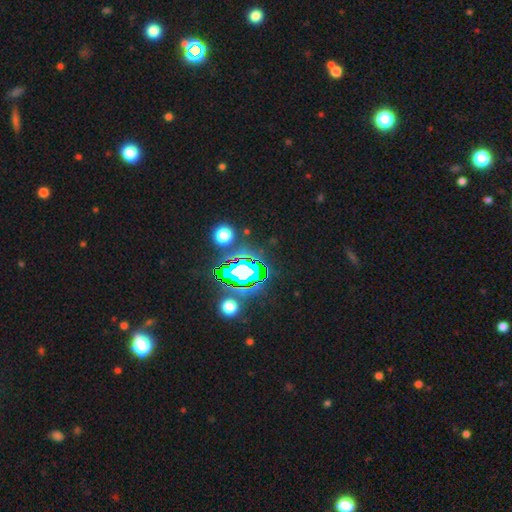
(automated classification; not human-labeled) The model was most divided on "smooth or featured": star or artifact: 81%, smooth: 12%, featured or disk: 7%.